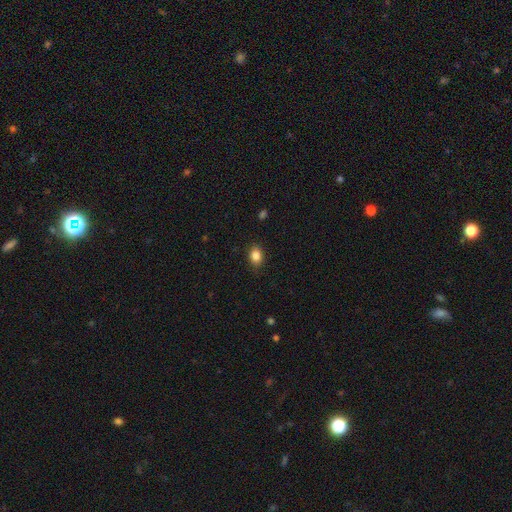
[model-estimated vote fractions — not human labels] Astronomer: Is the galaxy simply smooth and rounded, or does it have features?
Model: smooth — 85%.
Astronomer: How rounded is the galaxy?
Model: in between — 69%.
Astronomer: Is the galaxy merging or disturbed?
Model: none — 86%.